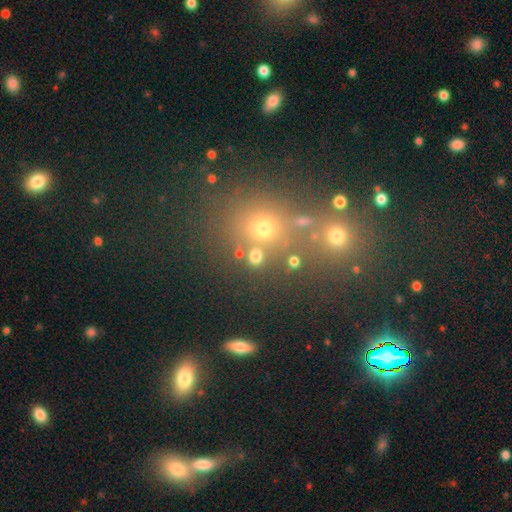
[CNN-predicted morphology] This appears to be a smooth galaxy with no disk features (71%) that is round (73%). Merging: none (70%).